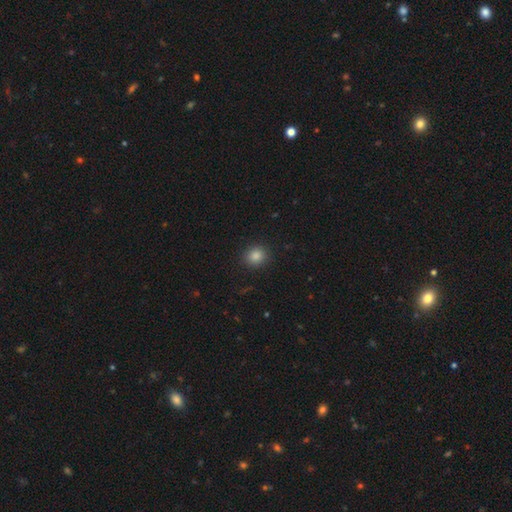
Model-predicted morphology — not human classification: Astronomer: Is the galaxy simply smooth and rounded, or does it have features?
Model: smooth — 83%.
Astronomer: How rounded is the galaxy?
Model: round — 84%.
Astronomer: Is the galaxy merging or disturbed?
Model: none — 91%.